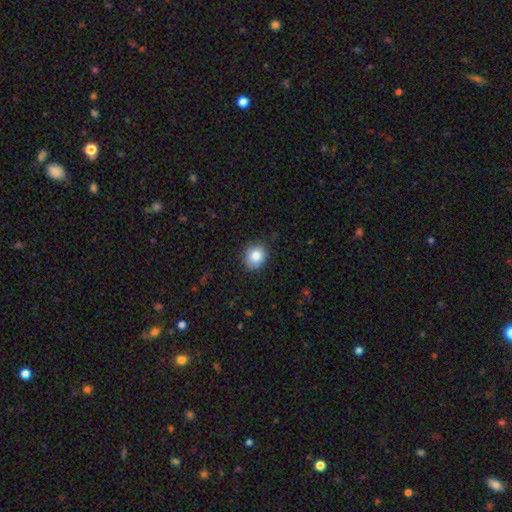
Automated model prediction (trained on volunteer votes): smooth 84%, star or artifact 9%, featured or disk 7%. Down the decision tree: how rounded — round (79%); merging — none (87%).